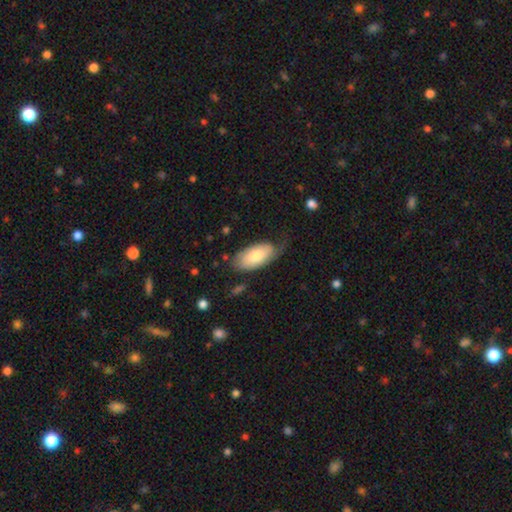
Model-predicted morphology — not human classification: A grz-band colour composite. It shows a smooth galaxy with no disk features (67%) that is in between round and cigar-shaped (93%). Merging: none (54%).